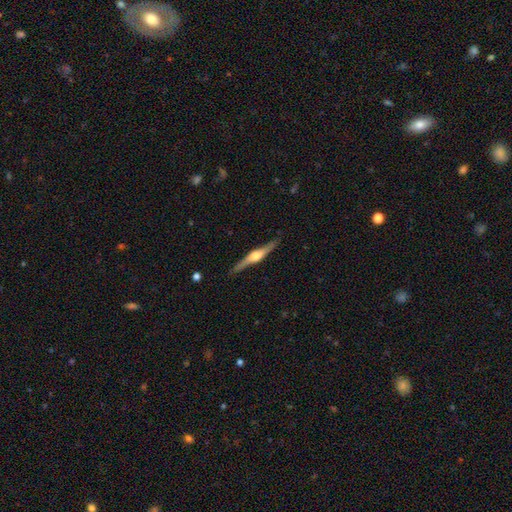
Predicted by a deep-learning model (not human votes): Q: Smooth or featured?
A: featured or disk (79%); runner-up: smooth (16%)
Q: Edge-on disk?
A: yes (98%); runner-up: no (2%)
Q: Edge-on bulge?
A: rounded (92%); runner-up: boxy (5%)
Q: Merging?
A: none (89%); runner-up: minor disturbance (8%)